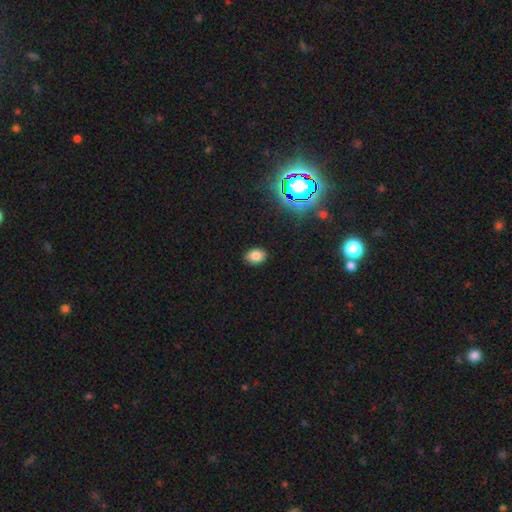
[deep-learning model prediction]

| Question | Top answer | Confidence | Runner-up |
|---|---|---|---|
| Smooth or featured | smooth | 80% | star or artifact (14%) |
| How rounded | in between | 68% | round (31%) |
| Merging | none | 88% | minor disturbance (9%) |